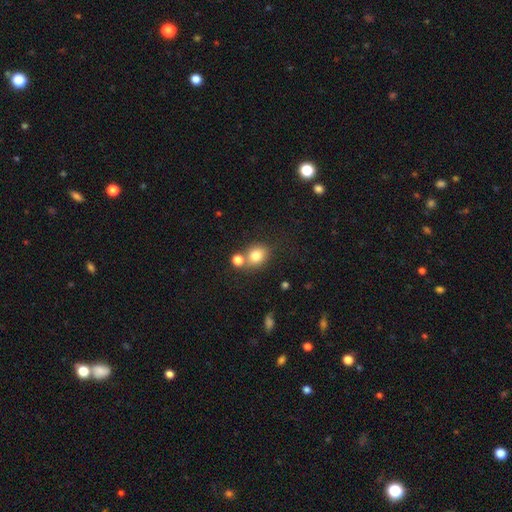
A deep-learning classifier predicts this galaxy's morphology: The model was most divided on "merging": none: 59%, merger: 26%, minor disturbance: 11%, major disturbance: 4%. More confident: smooth or featured — smooth (80%); how rounded — round (67%).